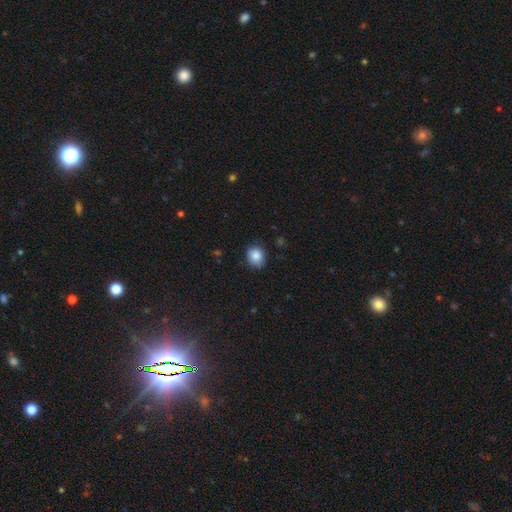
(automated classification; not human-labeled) Smooth or featured? Predicted: smooth (p=0.84). How rounded? Predicted: round (p=0.72). Merging? Predicted: none (p=0.77).